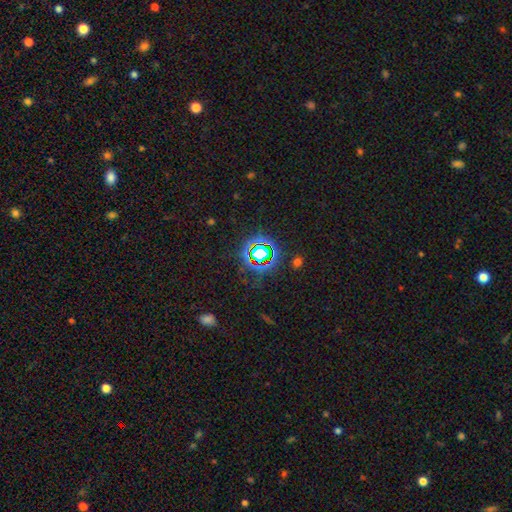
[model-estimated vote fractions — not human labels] Smooth or featured? star or artifact (74%)